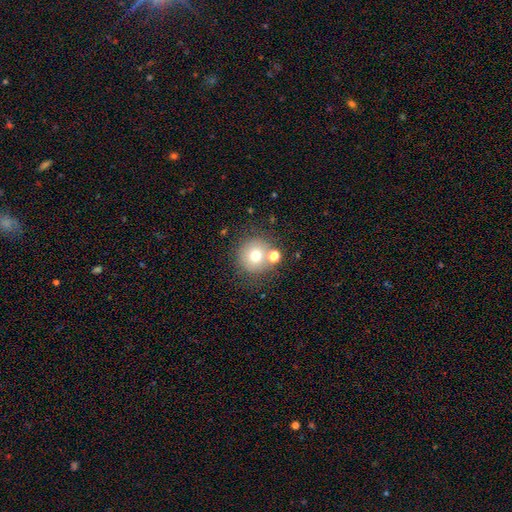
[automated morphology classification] smooth 69%, featured or disk 16%, star or artifact 15%. Down the decision tree: how rounded — round (93%); merging — none (68%).